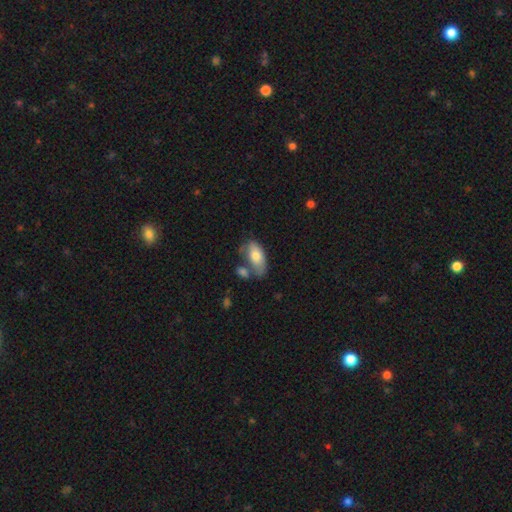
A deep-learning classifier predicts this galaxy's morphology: Smooth or featured: smooth — 73% (featured or disk — 20%)
How rounded: in between — 91% (cigar-shaped — 6%)
Merging: none — 43% (merger — 25%)